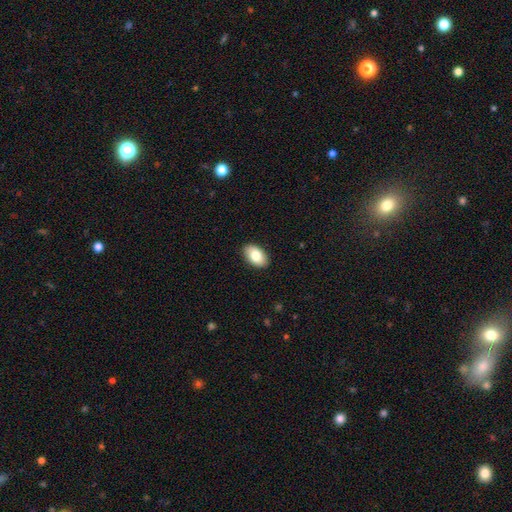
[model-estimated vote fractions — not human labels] This appears to be a smooth galaxy with no disk features (82%) that is in between round and cigar-shaped (92%). Merging: none (89%).